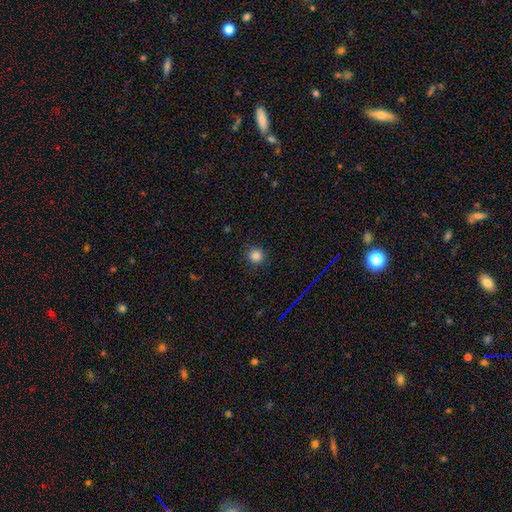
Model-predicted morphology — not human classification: Smooth or featured? smooth (83%)
How rounded? round (93%)
Merging? none (89%)